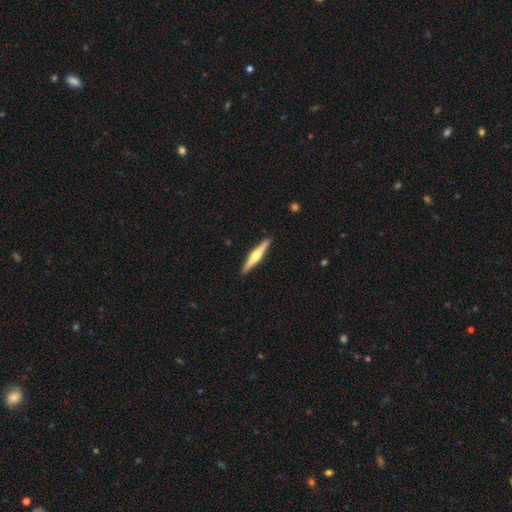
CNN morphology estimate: Smooth or featured: featured or disk — 61% (smooth — 34%)
Edge-on disk: yes — 98% (no — 2%)
Edge-on bulge: rounded — 77% (boxy — 13%)
Merging: none — 91% (minor disturbance — 6%)